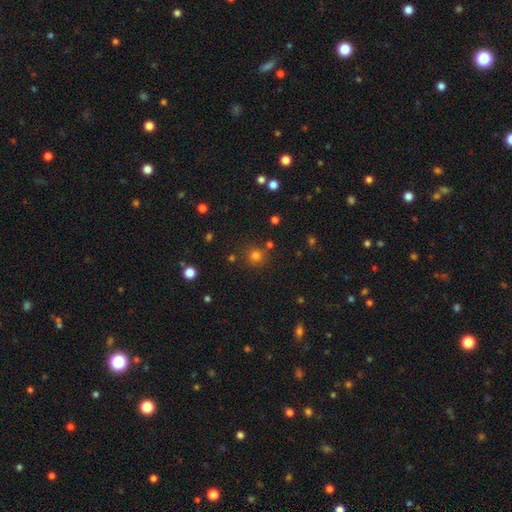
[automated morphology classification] smooth_or_featured: smooth (p=0.77) [alt: star or artifact p=0.17]
how_rounded: round (p=0.93) [alt: in between p=0.06]
merging: none (p=0.81) [alt: minor disturbance p=0.09]